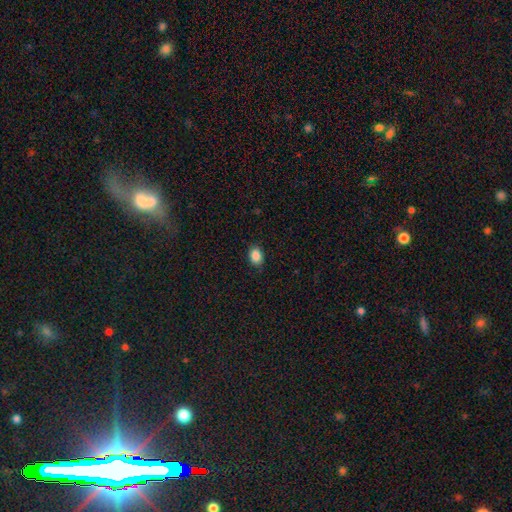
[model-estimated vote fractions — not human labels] Smooth or featured?
  - smooth: 87% *
  - star or artifact: 9%
  - featured or disk: 4%
How rounded?
  - in between: 68% *
  - round: 31%
  - cigar-shaped: 1%
Merging?
  - none: 86% *
  - minor disturbance: 11%
  - major disturbance: 2%
  - merger: 1%